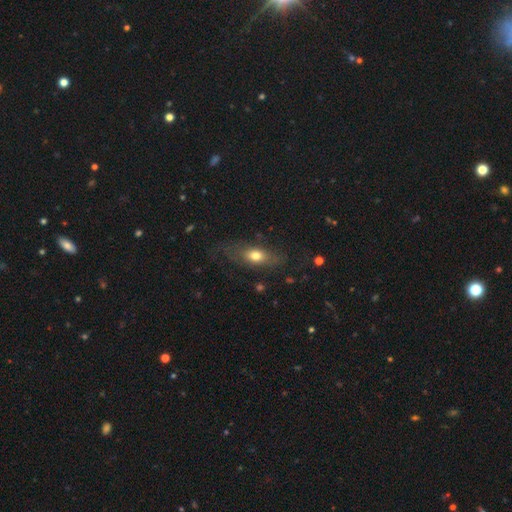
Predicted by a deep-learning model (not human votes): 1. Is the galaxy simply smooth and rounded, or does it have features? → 65% smooth, 26% featured or disk, 9% star or artifact.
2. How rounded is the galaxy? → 72% in between, 20% cigar-shaped, 8% round.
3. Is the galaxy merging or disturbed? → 63% none, 21% minor disturbance, 14% major disturbance, 2% merger.